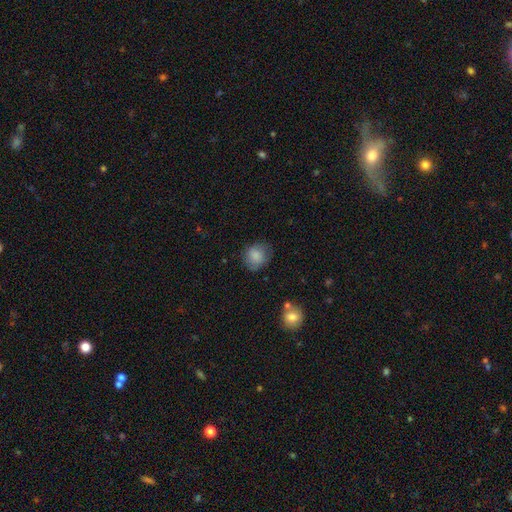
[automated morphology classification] Smooth or featured? Predicted: smooth (p=0.80). How rounded? Predicted: round (p=0.71). Merging? Predicted: none (p=0.71).